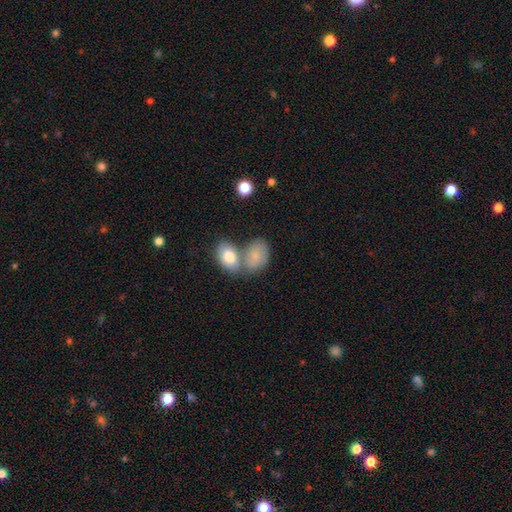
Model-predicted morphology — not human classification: The model was most divided on "merging": merger: 47%, none: 36%, minor disturbance: 13%, major disturbance: 5%. More confident: how rounded — in between (83%); smooth or featured — smooth (78%).